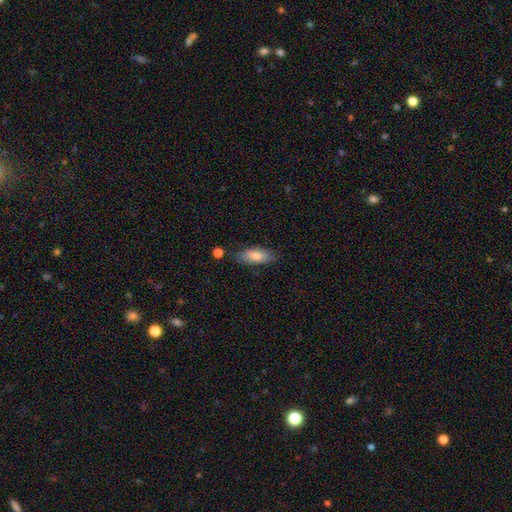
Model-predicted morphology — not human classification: smooth_or_featured: smooth (p=0.76) [alt: featured or disk p=0.17]
how_rounded: in between (p=0.80) [alt: cigar-shaped p=0.18]
merging: none (p=0.77) [alt: minor disturbance p=0.16]